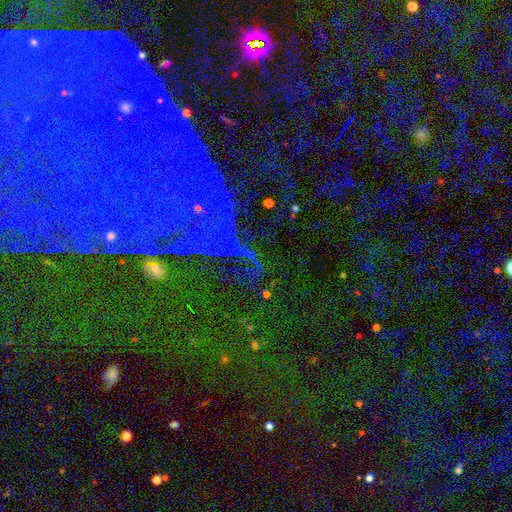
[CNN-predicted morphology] Q: Smooth or featured?
A: star or artifact (63%); runner-up: featured or disk (22%)